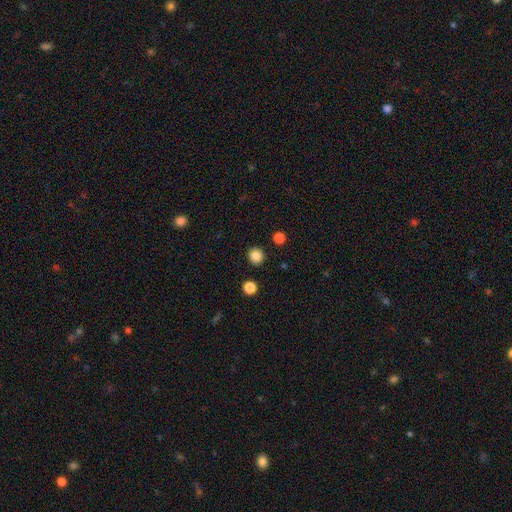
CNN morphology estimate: A smooth galaxy with no disk features (85%) that is round (88%).

Vote fractions:
- Smooth or featured? smooth: 85% / star or artifact: 11% / featured or disk: 3%
- How rounded? round: 88% / in between: 11% / cigar-shaped: 1%
- Merging? none: 90% / minor disturbance: 6% / merger: 2% / major disturbance: 2%